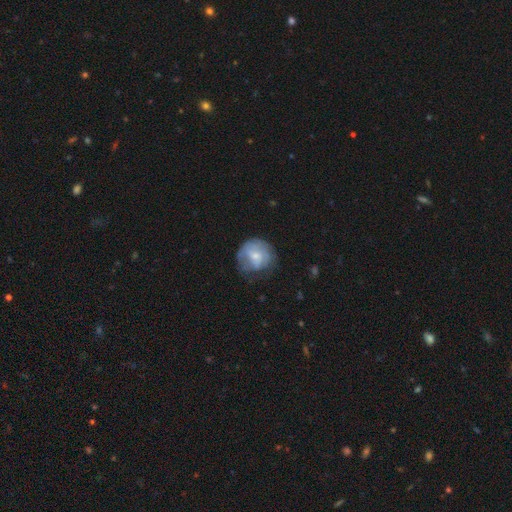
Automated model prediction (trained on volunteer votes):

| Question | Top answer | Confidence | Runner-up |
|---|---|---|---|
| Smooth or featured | featured or disk | 50% | smooth (43%) |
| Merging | none | 60% | minor disturbance (24%) |